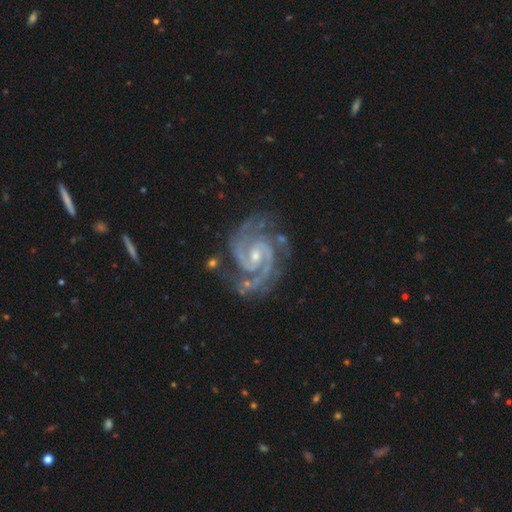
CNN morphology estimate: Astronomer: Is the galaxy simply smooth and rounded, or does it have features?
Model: featured or disk — 94%.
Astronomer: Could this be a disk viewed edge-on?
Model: no — 98%.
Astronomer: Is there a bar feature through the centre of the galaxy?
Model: no — 45% (runner-up: weak, 42%).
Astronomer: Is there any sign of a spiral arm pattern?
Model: yes — 99%.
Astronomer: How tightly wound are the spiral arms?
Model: tight — 52% (runner-up: medium, 44%).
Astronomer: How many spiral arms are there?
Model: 2 — 78%.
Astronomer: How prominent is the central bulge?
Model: small — 61%.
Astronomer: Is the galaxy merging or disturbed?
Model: none — 67%.